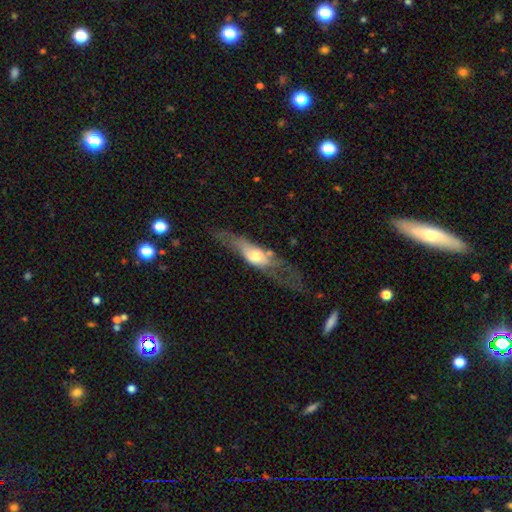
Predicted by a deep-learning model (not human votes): smooth-or-featured: featured or disk: 54% | smooth: 40% | star or artifact: 7%
  disk-edge-on: no: 54% | yes: 46%
  merging: none: 38% | major disturbance: 35% | minor disturbance: 22% | merger: 6%